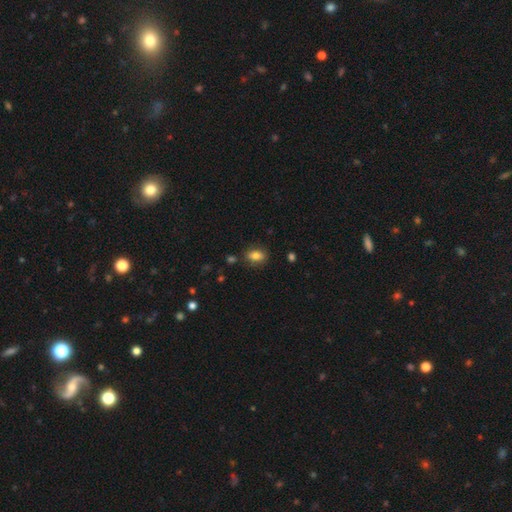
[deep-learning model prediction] A smooth galaxy with no disk features (81%) that is in between round and cigar-shaped (81%).

Vote fractions:
- Smooth or featured? smooth: 81% / featured or disk: 10% / star or artifact: 9%
- How rounded? in between: 81% / round: 16% / cigar-shaped: 3%
- Merging? none: 81% / minor disturbance: 13% / major disturbance: 3% / merger: 3%